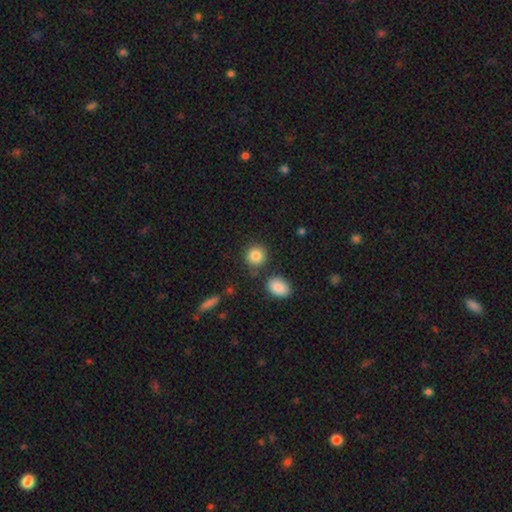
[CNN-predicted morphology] The model was most divided on "merging": none: 79%, minor disturbance: 10%, merger: 8%, major disturbance: 3%. More confident: smooth or featured — smooth (86%); how rounded — round (85%).